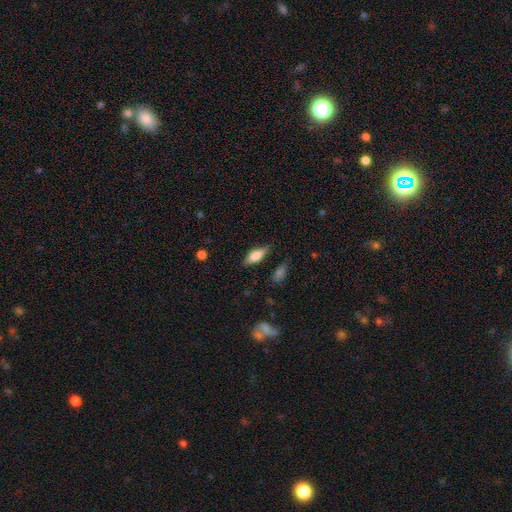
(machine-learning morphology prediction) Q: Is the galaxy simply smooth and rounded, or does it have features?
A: smooth — 69%.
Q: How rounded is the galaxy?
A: in between — 65%.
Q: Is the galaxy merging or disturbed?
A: none — 78%.